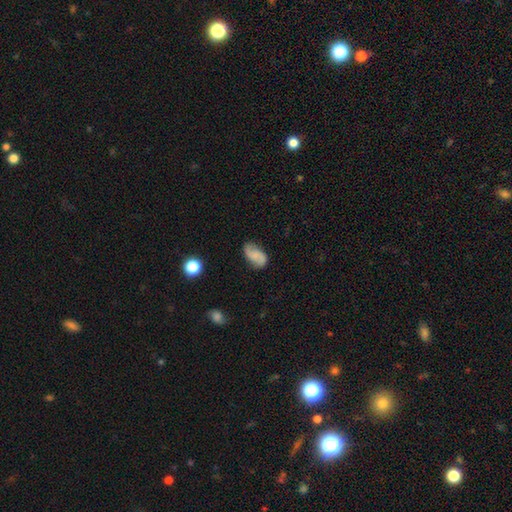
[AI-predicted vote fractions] smooth_or_featured: smooth (p=0.48) [alt: featured or disk p=0.42]
merging: none (p=0.72) [alt: minor disturbance p=0.21]